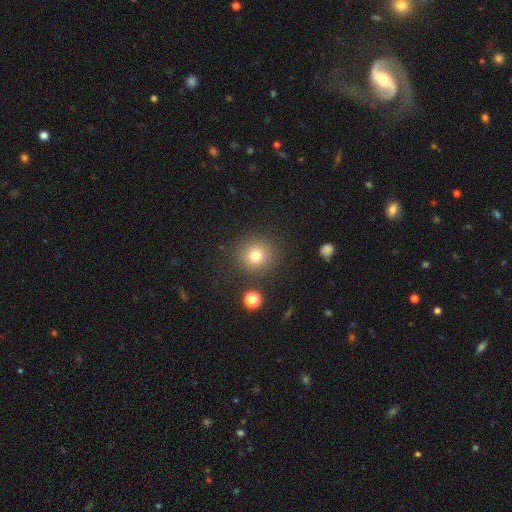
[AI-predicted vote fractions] smooth-or-featured: smooth: 77% | star or artifact: 14% | featured or disk: 9%
  how-rounded: round: 91% | in between: 8% | cigar-shaped: 1%
  merging: none: 86% | minor disturbance: 8% | major disturbance: 3% | merger: 3%